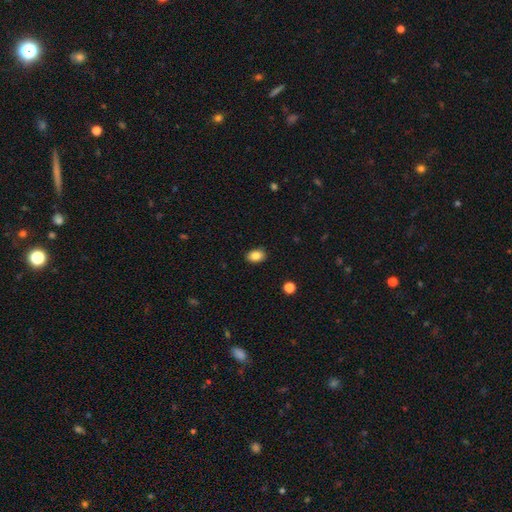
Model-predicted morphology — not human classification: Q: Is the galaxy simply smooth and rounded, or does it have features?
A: smooth — 85%.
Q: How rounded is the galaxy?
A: in between — 83%.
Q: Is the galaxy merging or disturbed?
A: none — 89%.